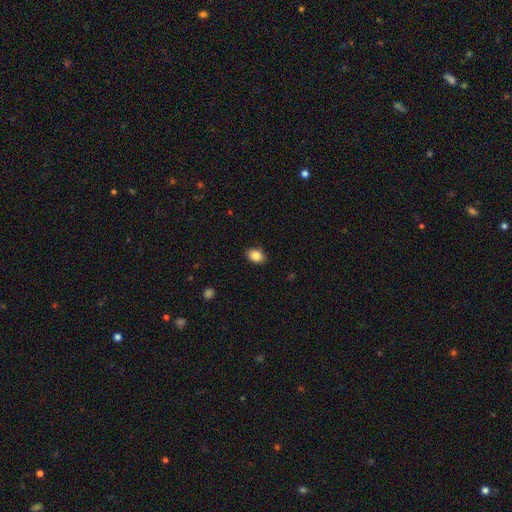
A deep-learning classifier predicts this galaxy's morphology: type=smooth (85%); roundness=in between (74%); merging=none (88%).